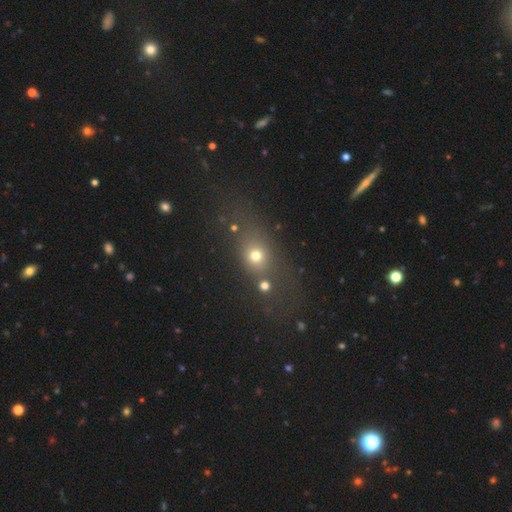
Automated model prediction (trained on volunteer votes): Smooth or featured? smooth (66%)
How rounded? round (50%)
Merging? none (56%)